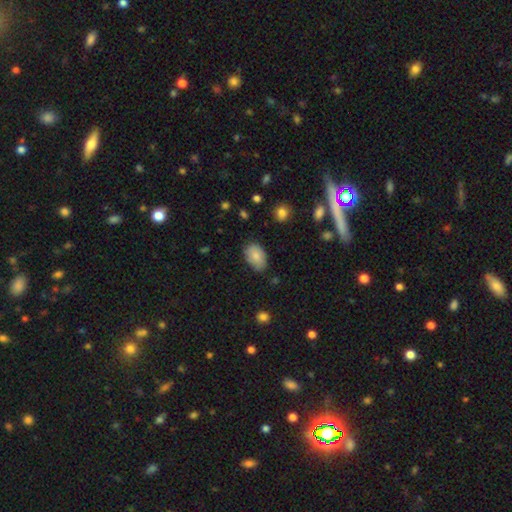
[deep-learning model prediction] smooth-or-featured: smooth: 83% | featured or disk: 10% | star or artifact: 7%
  how-rounded: in between: 89% | round: 10% | cigar-shaped: 1%
  merging: none: 72% | minor disturbance: 22% | major disturbance: 4% | merger: 2%